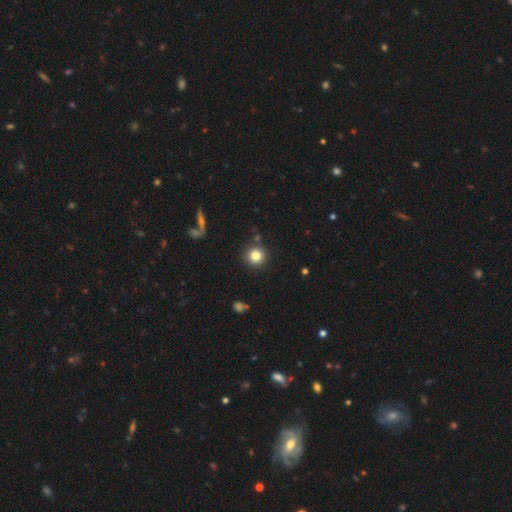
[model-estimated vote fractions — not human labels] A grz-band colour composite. It shows a smooth galaxy with no disk features (81%) that is round (93%). Merging: none (85%).